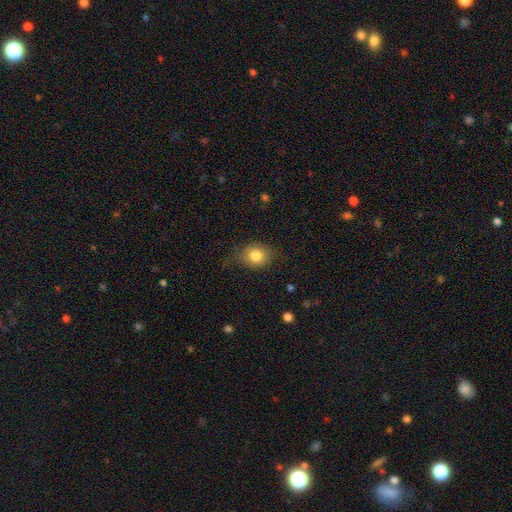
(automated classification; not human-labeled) A smooth galaxy with no disk features (80%) that is round (54%). Merging: none (65%).